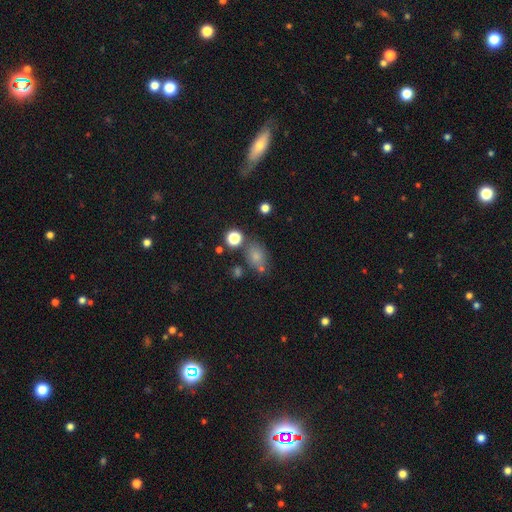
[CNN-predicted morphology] type=smooth (76%); roundness=in between (69%); merging=none (64%).